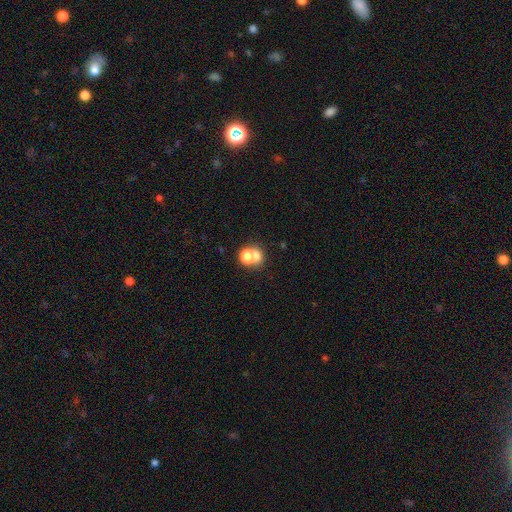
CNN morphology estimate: Overall: smooth (68%). How rounded: round (68%; in between 31%). Merging: merger (52%; none 36%).